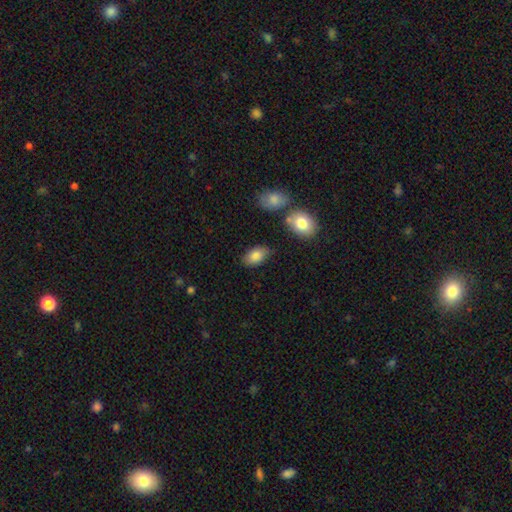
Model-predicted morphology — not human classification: type=smooth (84%); roundness=in between (92%); merging=none (77%).